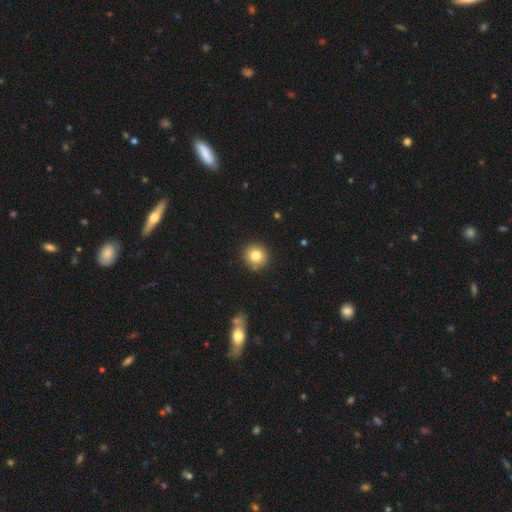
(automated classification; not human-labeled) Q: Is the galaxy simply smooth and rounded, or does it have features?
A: smooth — 81%.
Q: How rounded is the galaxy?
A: round — 93%.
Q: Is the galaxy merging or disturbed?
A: none — 91%.